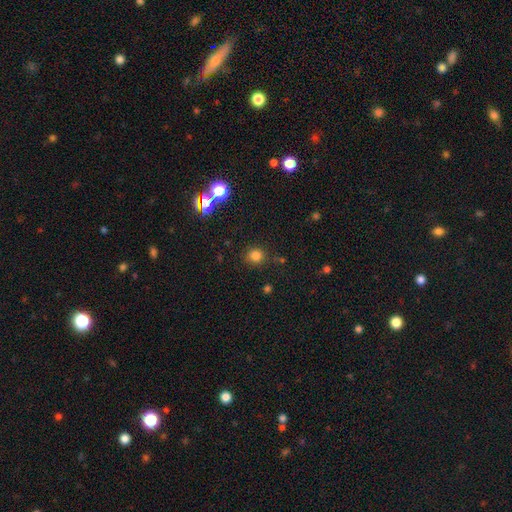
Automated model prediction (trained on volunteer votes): Q: Smooth or featured?
A: smooth (79%); runner-up: star or artifact (17%)
Q: How rounded?
A: round (89%); runner-up: in between (10%)
Q: Merging?
A: none (83%); runner-up: minor disturbance (10%)